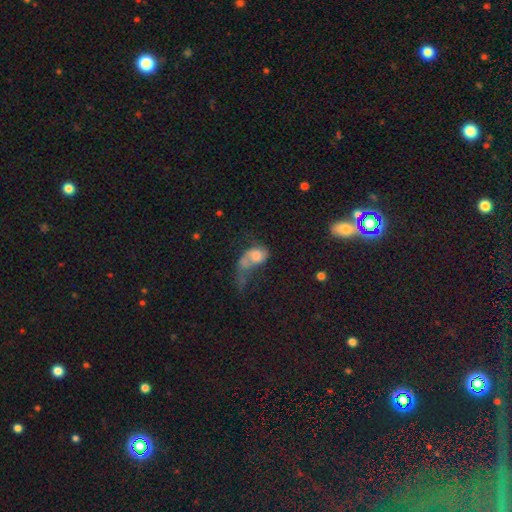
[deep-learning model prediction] Morphology: type=smooth (46%); merging=major disturbance (52%).